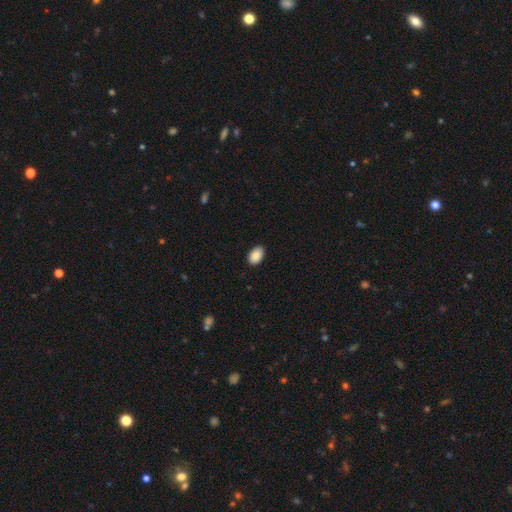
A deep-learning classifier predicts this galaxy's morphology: A smooth galaxy with no disk features (90%) that is in between round and cigar-shaped (90%). Merging: none (89%).